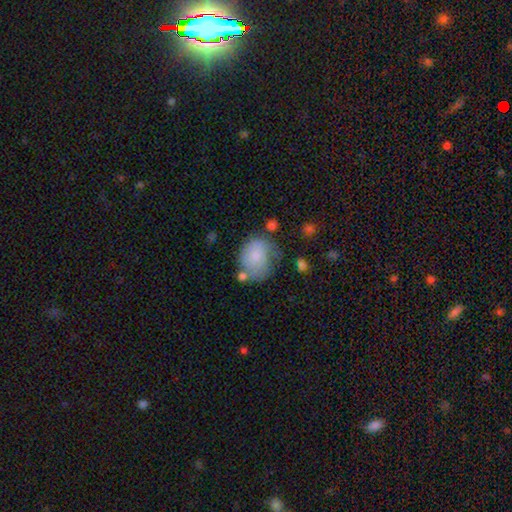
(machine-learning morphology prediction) This appears to be a smooth galaxy with no disk features (71%) that is round (57%). Merging: none (48%).